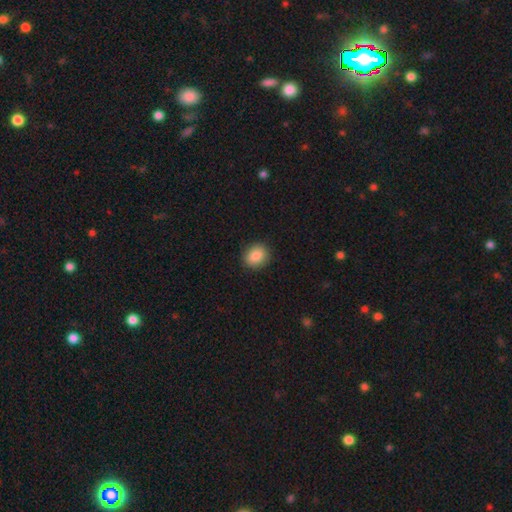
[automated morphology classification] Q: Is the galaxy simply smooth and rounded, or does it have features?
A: smooth — 87%.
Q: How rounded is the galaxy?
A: round — 69%.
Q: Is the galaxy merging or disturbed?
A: none — 89%.